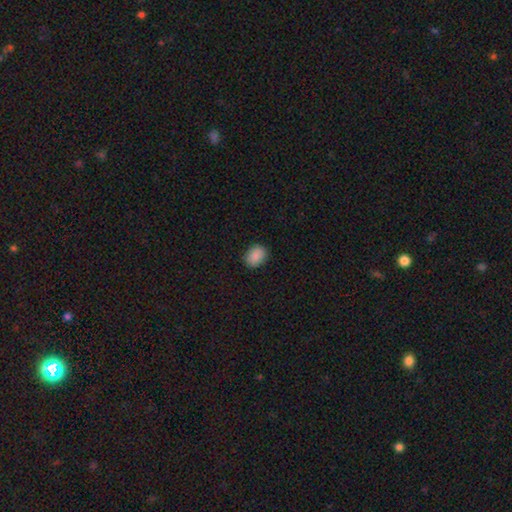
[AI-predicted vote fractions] Overall: smooth (88%). How rounded: in between (60%; round 39%). Merging: none (88%).